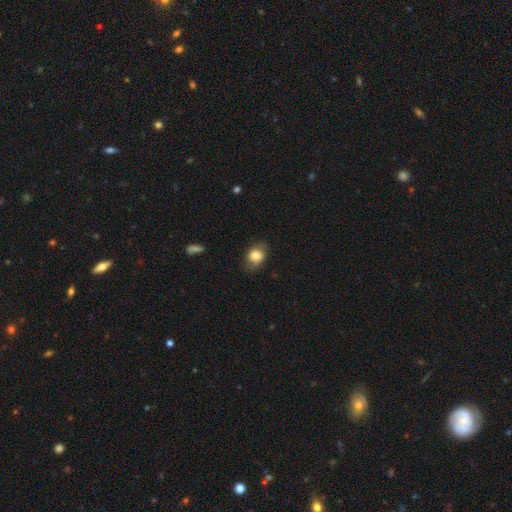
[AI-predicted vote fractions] This is likely a smooth galaxy (78%). How rounded: likely in between (64%). Merging: likely none (75%).